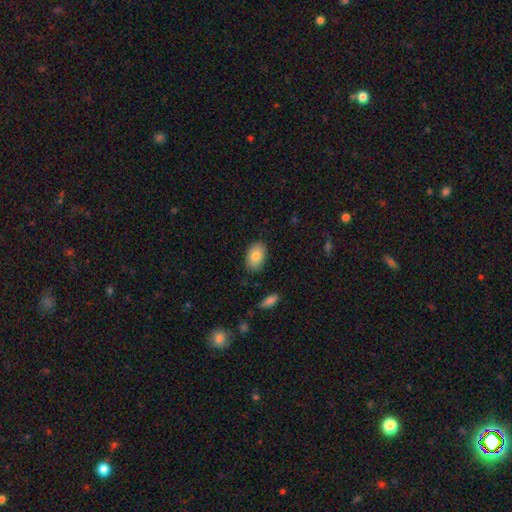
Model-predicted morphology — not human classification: Smooth or featured? smooth (82%)
How rounded? in between (89%)
Merging? none (85%)